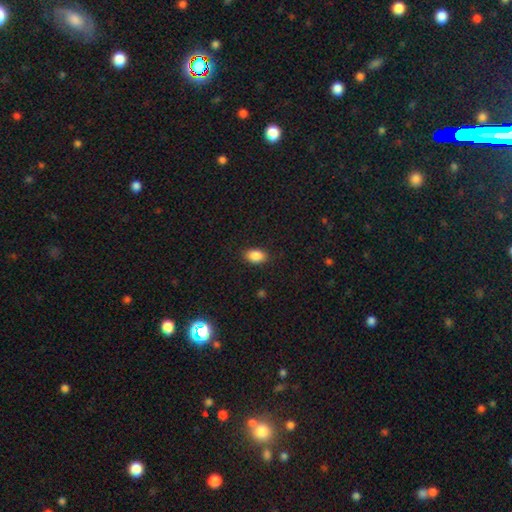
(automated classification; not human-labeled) A smooth galaxy with no disk features (88%) that is in between round and cigar-shaped (85%). Merging: none (87%).